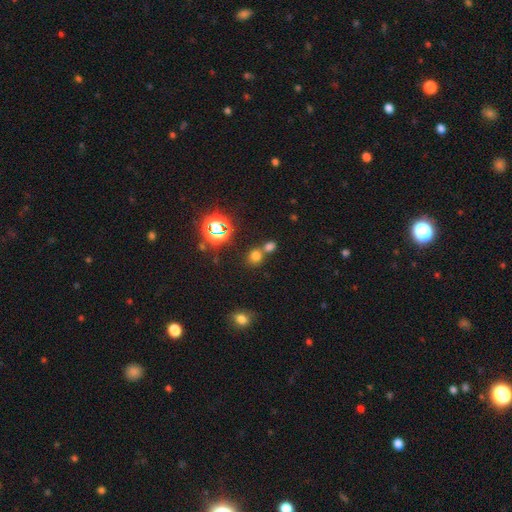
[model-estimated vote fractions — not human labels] Smooth or featured: smooth — 65% (star or artifact — 28%)
How rounded: round — 74% (in between — 25%)
Merging: none — 51% (merger — 39%)